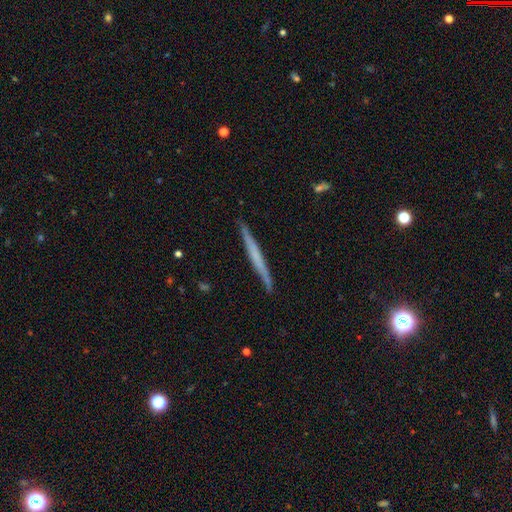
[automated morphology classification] Overall: featured or disk (53%; smooth 41%). Edge-on disk: yes (97%). Edge-on bulge: none (83%). Merging: none (90%).